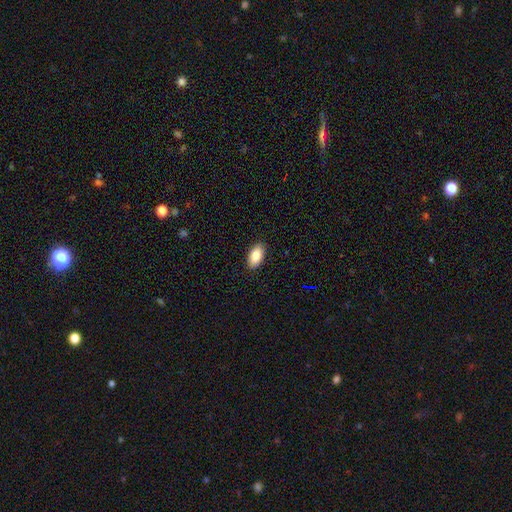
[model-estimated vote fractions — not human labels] Smooth or featured? Predicted: smooth (p=0.87). How rounded? Predicted: in between (p=0.94). Merging? Predicted: none (p=0.89).